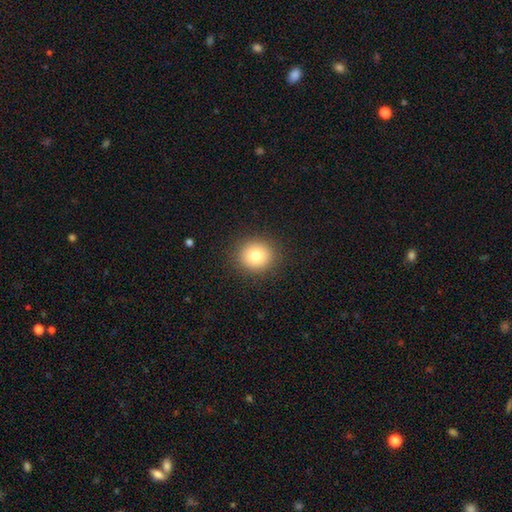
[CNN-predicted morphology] smooth-or-featured: smooth: 81% | star or artifact: 11% | featured or disk: 9%
  how-rounded: round: 86% | in between: 13% | cigar-shaped: 1%
  merging: none: 90% | minor disturbance: 7% | major disturbance: 2% | merger: 1%